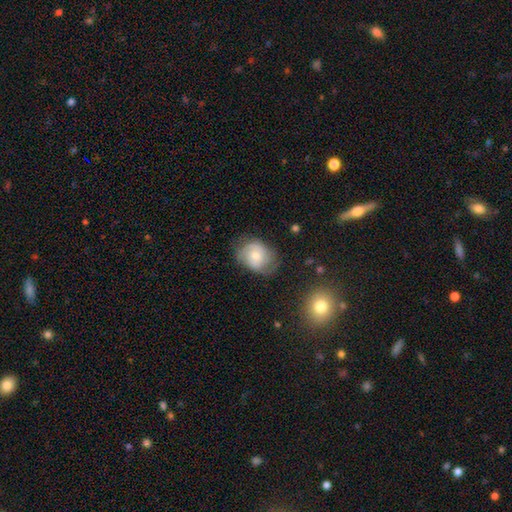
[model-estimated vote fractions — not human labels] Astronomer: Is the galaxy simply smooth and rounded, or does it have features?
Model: smooth — 49% (runner-up: featured or disk, 43%).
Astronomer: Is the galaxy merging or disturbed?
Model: none — 58%.